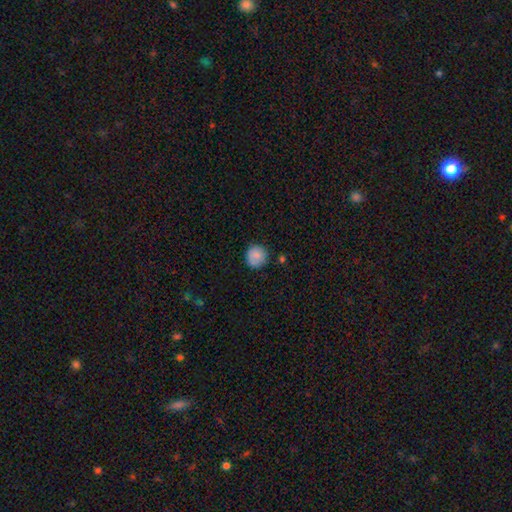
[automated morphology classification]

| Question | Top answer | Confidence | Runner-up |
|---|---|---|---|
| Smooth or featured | smooth | 86% | star or artifact (8%) |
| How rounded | round | 92% | in between (7%) |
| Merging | none | 81% | minor disturbance (14%) |